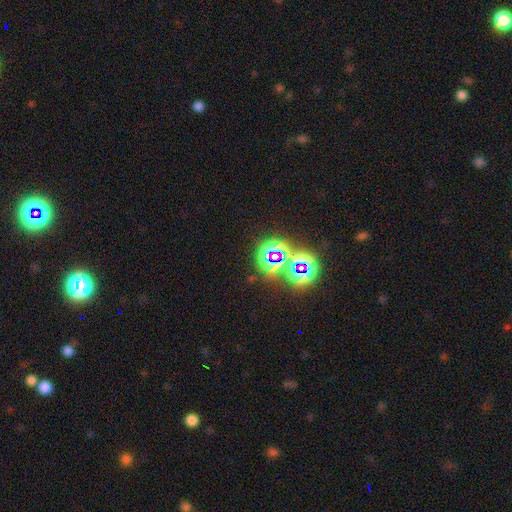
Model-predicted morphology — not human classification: star or artifact 69%, smooth 18%, featured or disk 13%.